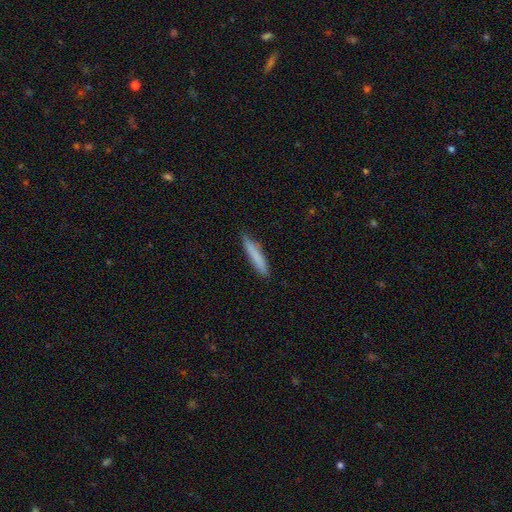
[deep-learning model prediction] smooth-or-featured: smooth: 81% | featured or disk: 13% | star or artifact: 6%
  how-rounded: cigar-shaped: 92% | in between: 6% | round: 1%
  merging: none: 86% | minor disturbance: 11% | major disturbance: 2% | merger: 1%